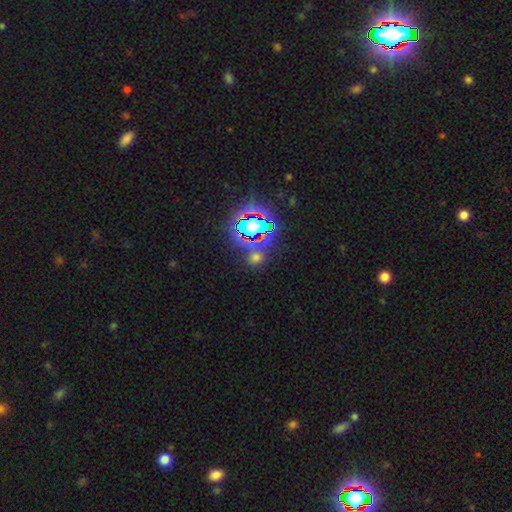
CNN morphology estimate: Smooth or featured? Predicted: star or artifact (p=0.67).